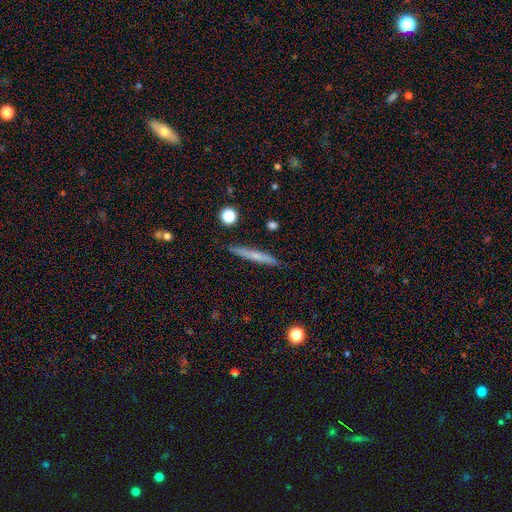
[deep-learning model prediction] smooth 55%, featured or disk 38%, star or artifact 7%. Down the decision tree: how rounded — cigar-shaped (95%); merging — none (90%).